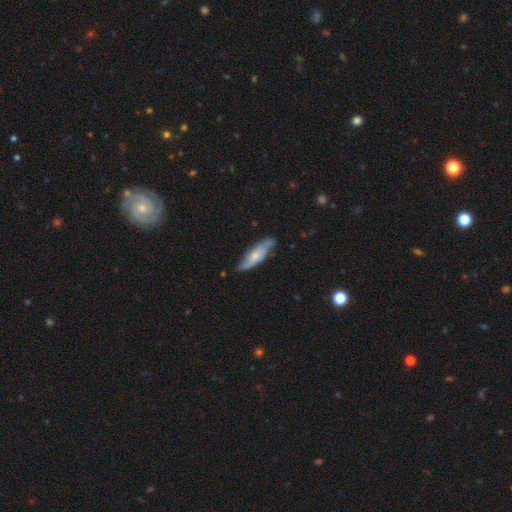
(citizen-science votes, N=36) Overall: featured or disk (81%). Edge-on disk: no (55%; yes 45%). Bar: no (81%). Spiral arms: yes (88%). Spiral arm count: 2 (100%). Spiral winding: loose (71%). Bulge size: small (81%). Merging: none (92%).